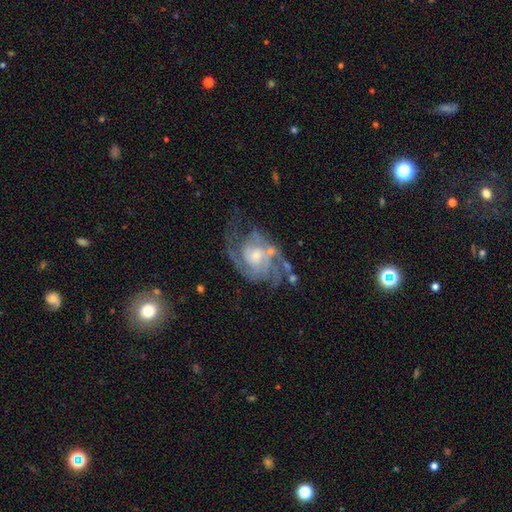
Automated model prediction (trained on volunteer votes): Smooth or featured: featured or disk — 88% (star or artifact — 6%)
Edge-on disk: no — 97% (yes — 3%)
Bar: no — 61% (weak — 32%)
Spiral arms: yes — 96% (no — 4%)
Spiral winding: tight — 44% (tied with medium — 44%)
Spiral arm count: 2 — 31% (3 — 26%)
Bulge size: moderate — 47% (small — 41%)
Merging: none — 59% (minor disturbance — 19%)